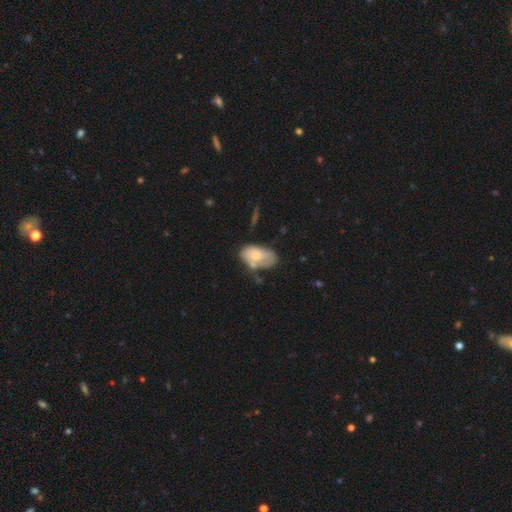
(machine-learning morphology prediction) Overall: smooth (58%; featured or disk 36%). How rounded: in between (91%). Merging: none (38%; minor disturbance 34%).